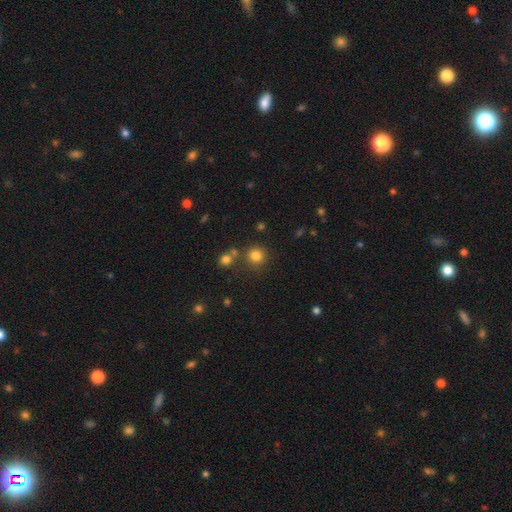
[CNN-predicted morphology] This appears to be a smooth galaxy with no disk features (80%) that is round (91%). Merging: none (76%).